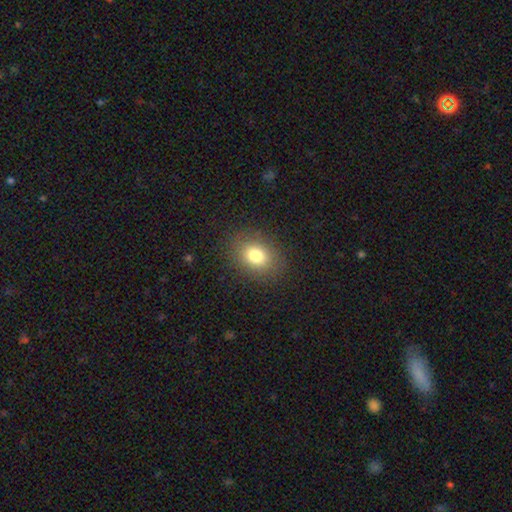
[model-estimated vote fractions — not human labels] Smooth or featured: smooth — 80% (star or artifact — 11%)
How rounded: in between — 62% (round — 37%)
Merging: none — 86% (minor disturbance — 9%)